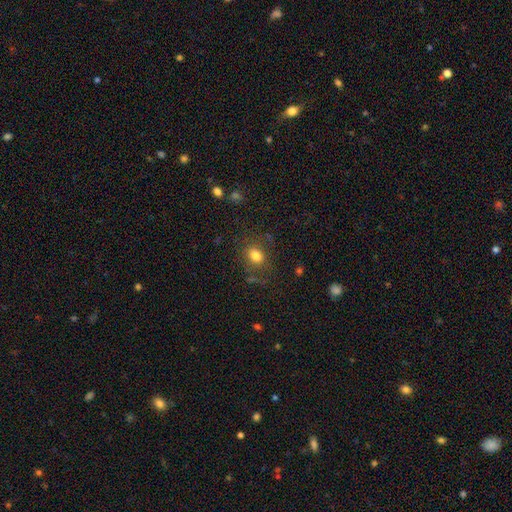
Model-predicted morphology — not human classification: Smooth or featured? smooth (79%)
How rounded? in between (61%)
Merging? none (73%)